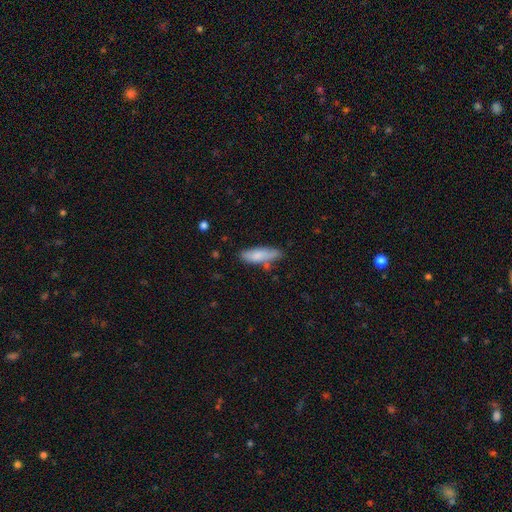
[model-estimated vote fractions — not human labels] Smooth or featured: smooth — 77% (featured or disk — 16%)
How rounded: cigar-shaped — 54% (in between — 44%)
Merging: none — 69% (minor disturbance — 21%)